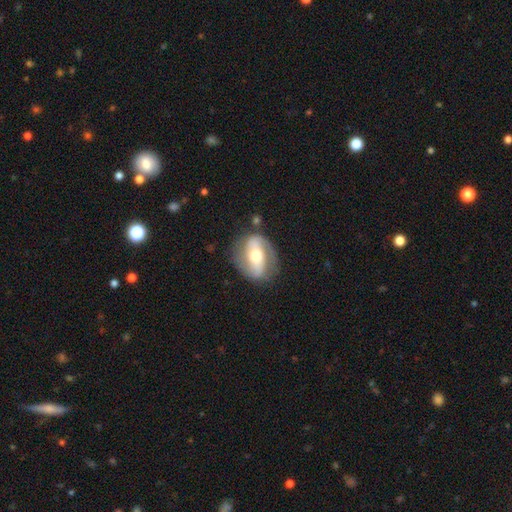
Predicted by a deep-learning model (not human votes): This appears to be a featured or disk galaxy (73%) with a strong bar (45%), 2 (86%) medium (44%) spiral arms (80%) and a moderate central bulge (70%). Merging: none (75%).